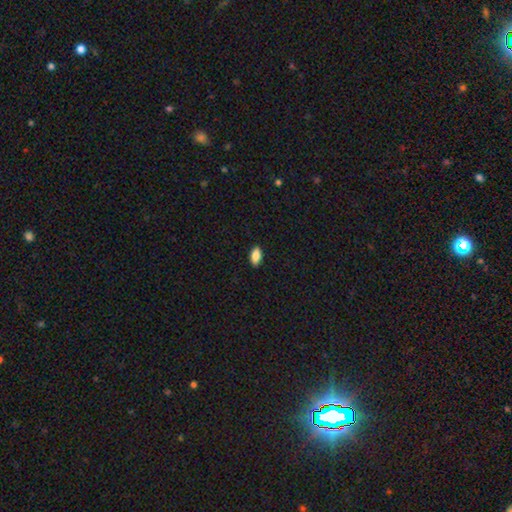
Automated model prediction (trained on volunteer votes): A smooth galaxy with no disk features (87%) that is in between round and cigar-shaped (92%).

Vote fractions:
- Smooth or featured? smooth: 87% / star or artifact: 7% / featured or disk: 6%
- How rounded? in between: 92% / cigar-shaped: 5% / round: 3%
- Merging? none: 90% / minor disturbance: 7% / major disturbance: 2% / merger: 1%